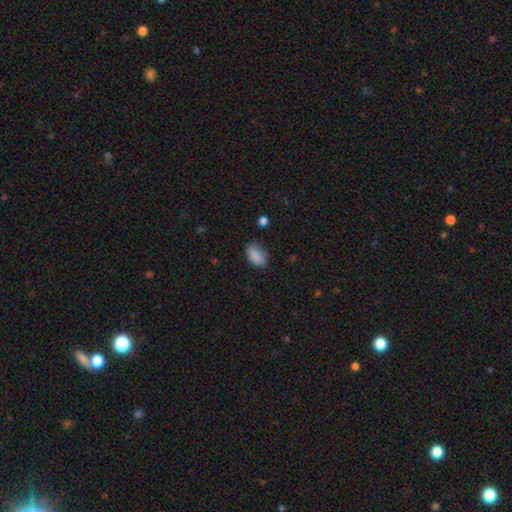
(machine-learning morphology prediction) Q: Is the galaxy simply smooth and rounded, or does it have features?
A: smooth — 87%.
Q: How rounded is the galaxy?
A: in between — 90%.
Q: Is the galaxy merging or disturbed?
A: none — 73%.